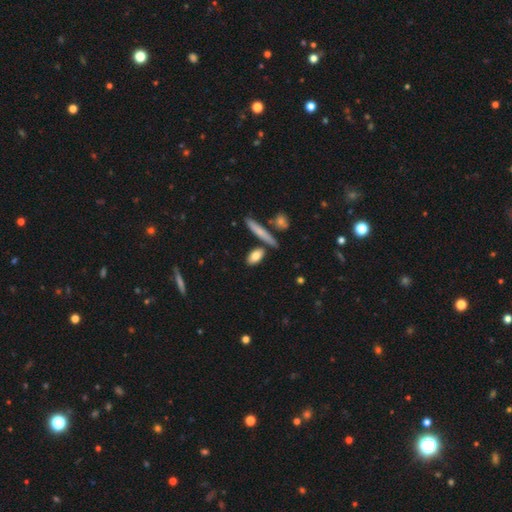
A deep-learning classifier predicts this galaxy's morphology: A smooth galaxy with no disk features (80%) that is in between round and cigar-shaped (73%). Merging: none (74%).